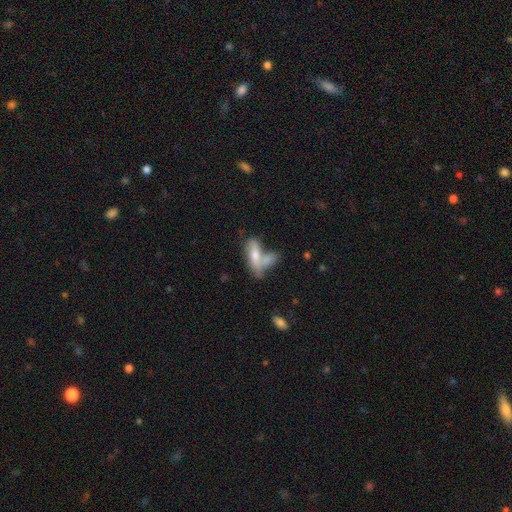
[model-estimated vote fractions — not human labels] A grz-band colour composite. It shows a smooth galaxy with no disk features (64%) that is in between round and cigar-shaped (66%). Merging: merger (46%).